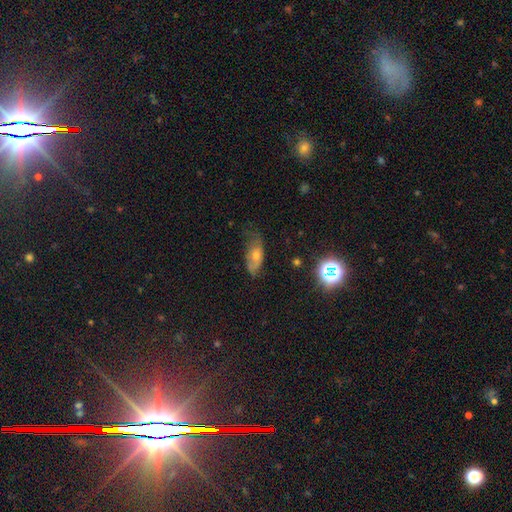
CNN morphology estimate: Smooth or featured?
  - smooth: 46% *
  - featured or disk: 34%
  - star or artifact: 20%
Merging?
  - none: 49% *
  - minor disturbance: 33%
  - major disturbance: 16%
  - merger: 3%